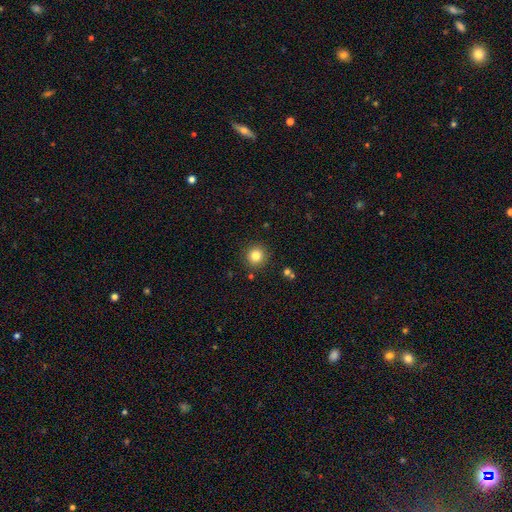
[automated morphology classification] This appears to be a smooth galaxy with no disk features (82%) that is round (93%). Merging: none (89%).